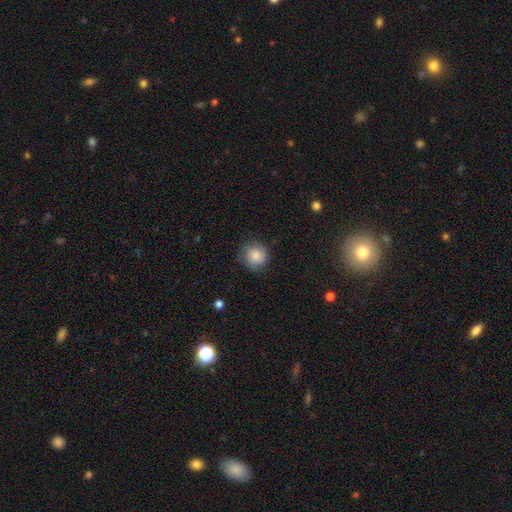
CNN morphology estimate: smooth_or_featured: smooth (p=0.84) [alt: star or artifact p=0.08]
how_rounded: round (p=0.90) [alt: in between p=0.09]
merging: none (p=0.78) [alt: minor disturbance p=0.17]